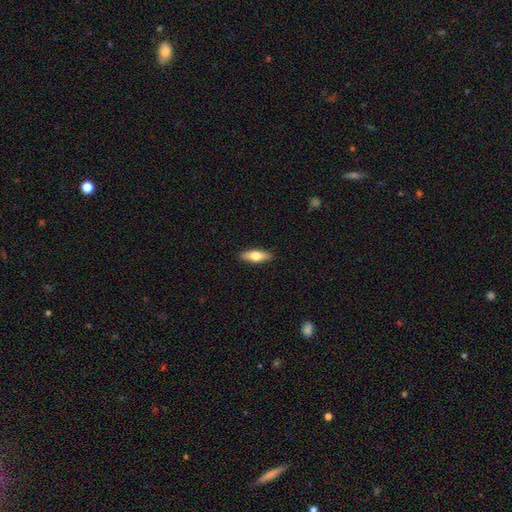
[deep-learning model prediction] A smooth galaxy with no disk features (64%) that is in between round and cigar-shaped (55%).

Vote fractions:
- Smooth or featured? smooth: 64% / featured or disk: 30% / star or artifact: 6%
- How rounded? in between: 55% / cigar-shaped: 43% / round: 3%
- Merging? none: 90% / minor disturbance: 7% / major disturbance: 2% / merger: 1%